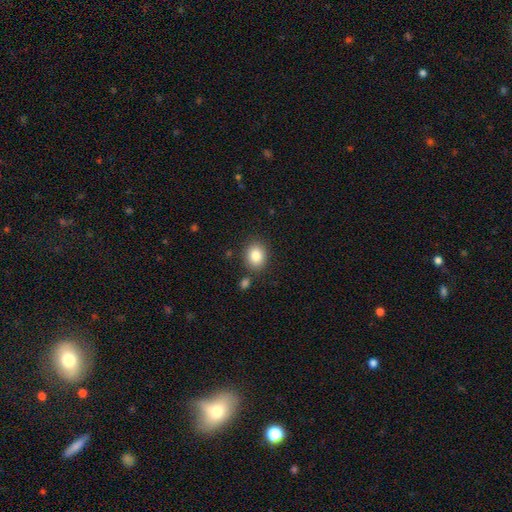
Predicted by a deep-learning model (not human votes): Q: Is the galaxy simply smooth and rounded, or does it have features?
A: smooth — 85%.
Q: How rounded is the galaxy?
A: round — 56%.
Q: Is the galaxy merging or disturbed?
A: none — 84%.